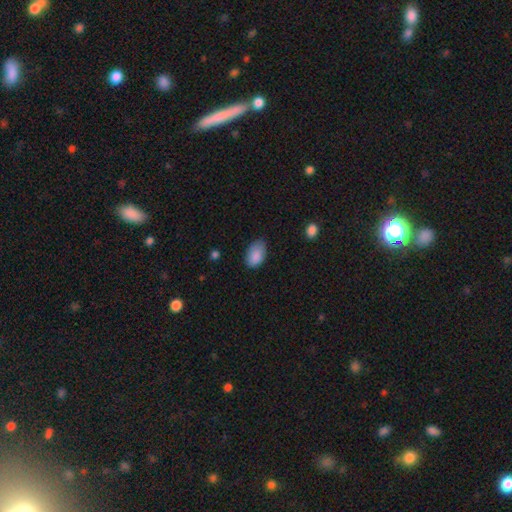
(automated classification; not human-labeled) Morphology: type=smooth (87%); roundness=in between (91%); merging=none (63%).